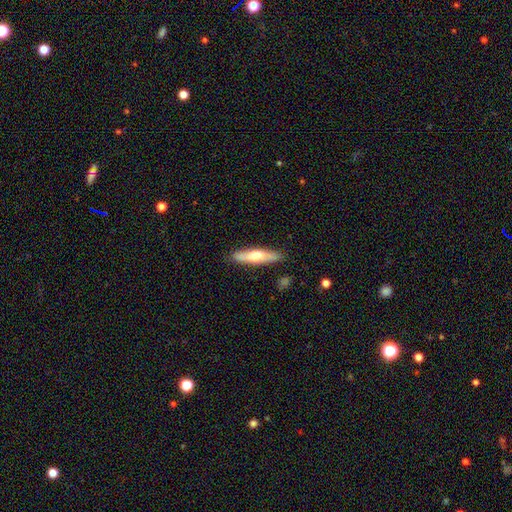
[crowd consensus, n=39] This is possibly a featured or disk galaxy (51%). It is clearly viewed edge-on (90%). Edge-on bulge: clearly rounded (94%). Merging: clearly none (82%).